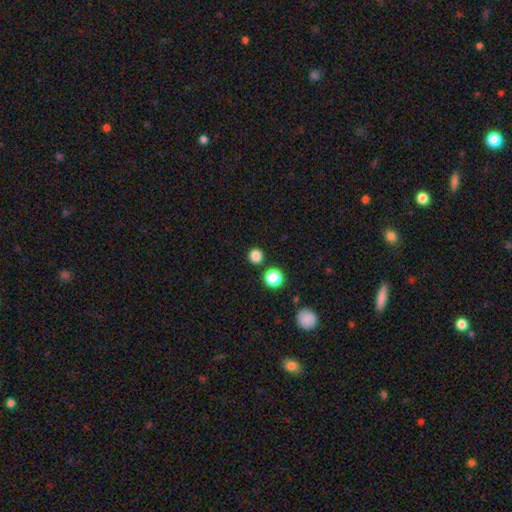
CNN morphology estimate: The model was most divided on "smooth or featured": smooth: 83%, star or artifact: 14%, featured or disk: 3%. More confident: how rounded — round (94%); merging — none (89%).